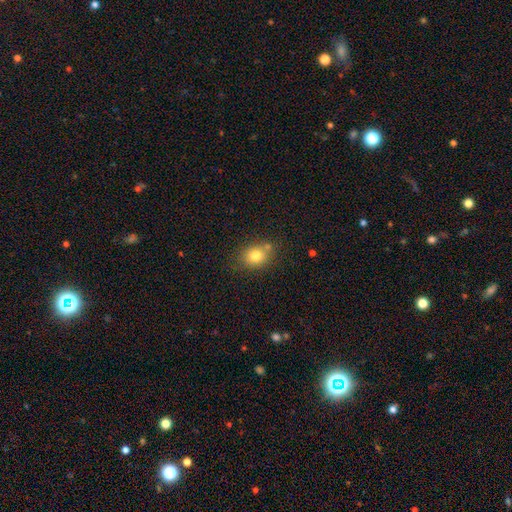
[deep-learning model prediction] A smooth galaxy with no disk features (79%) that is in between round and cigar-shaped (49%, tied with round). Merging: none (71%).